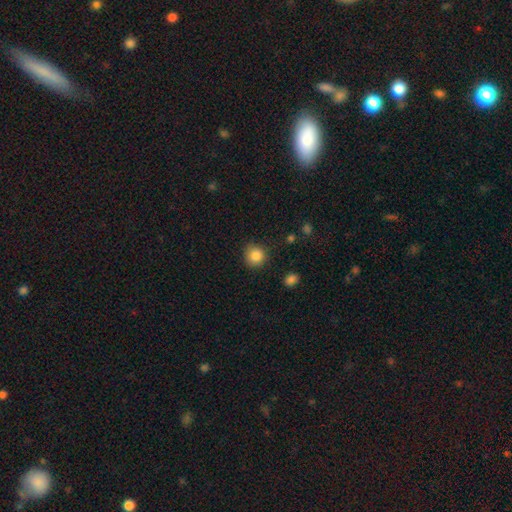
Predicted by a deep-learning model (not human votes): Morphology: type=smooth (85%); roundness=round (91%); merging=none (86%).